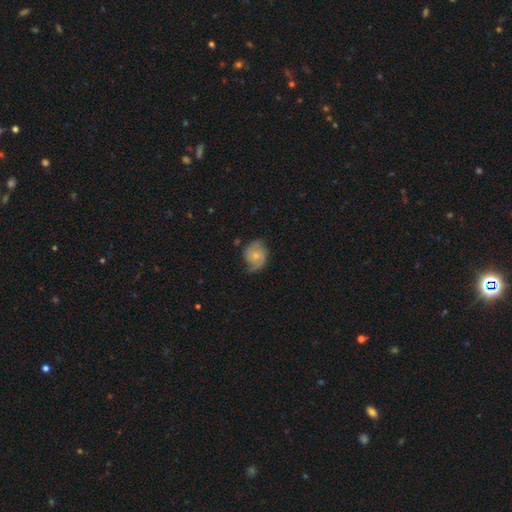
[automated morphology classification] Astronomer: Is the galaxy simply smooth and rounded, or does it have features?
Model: featured or disk — 54% (runner-up: smooth, 39%).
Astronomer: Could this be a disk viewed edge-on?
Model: no — 97%.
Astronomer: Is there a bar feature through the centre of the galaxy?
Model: no — 77%.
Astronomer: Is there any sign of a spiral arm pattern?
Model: yes — 85%.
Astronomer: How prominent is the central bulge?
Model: small — 55% (runner-up: moderate, 37%).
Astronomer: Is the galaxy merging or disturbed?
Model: none — 55% (runner-up: minor disturbance, 31%).